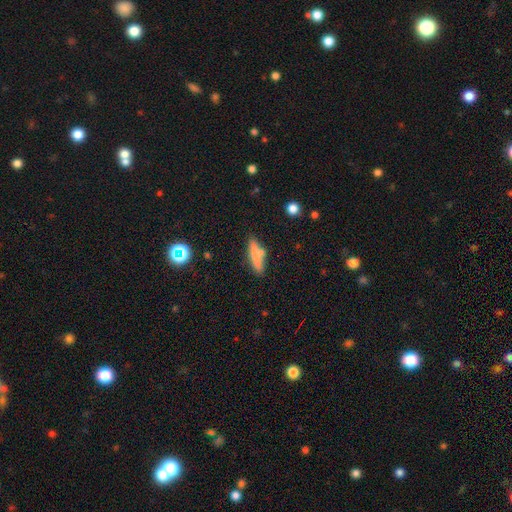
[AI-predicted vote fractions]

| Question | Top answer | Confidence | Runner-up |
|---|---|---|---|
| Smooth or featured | smooth | 72% | featured or disk (19%) |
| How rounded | cigar-shaped | 71% | in between (26%) |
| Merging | none | 71% | minor disturbance (15%) |